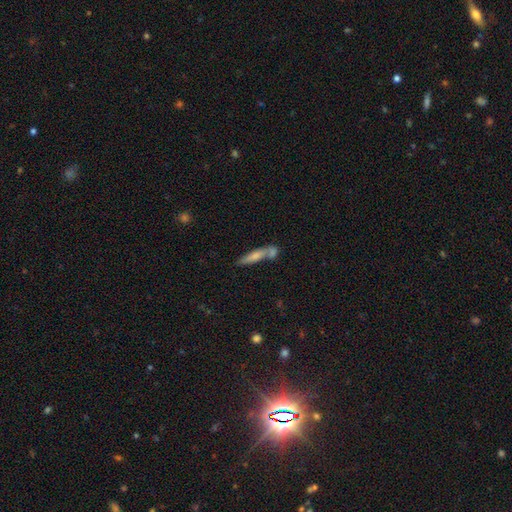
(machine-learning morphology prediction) Smooth or featured?
  - smooth: 64% *
  - featured or disk: 28%
  - star or artifact: 7%
How rounded?
  - cigar-shaped: 80% *
  - in between: 18%
  - round: 2%
Merging?
  - none: 46% *
  - merger: 35%
  - minor disturbance: 14%
  - major disturbance: 5%